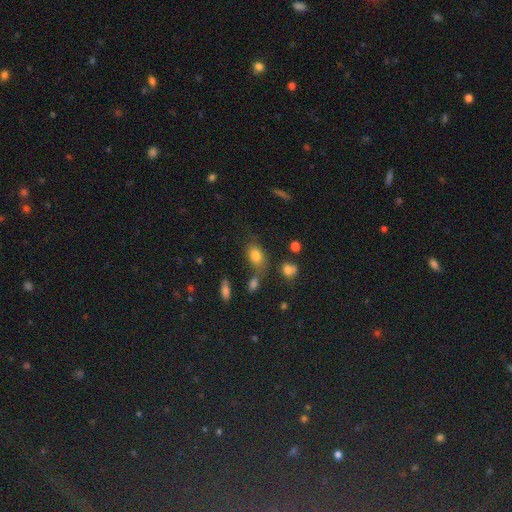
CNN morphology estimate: The model was most divided on "merging": none: 62%, minor disturbance: 17%, merger: 14%, major disturbance: 7%. More confident: how rounded — in between (82%); smooth or featured — smooth (78%).